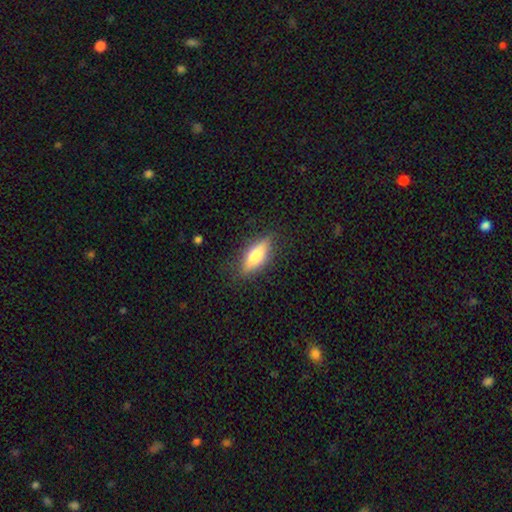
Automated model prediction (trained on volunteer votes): Smooth or featured: smooth — 65% (featured or disk — 28%)
How rounded: in between — 60% (cigar-shaped — 37%)
Merging: none — 82% (minor disturbance — 13%)